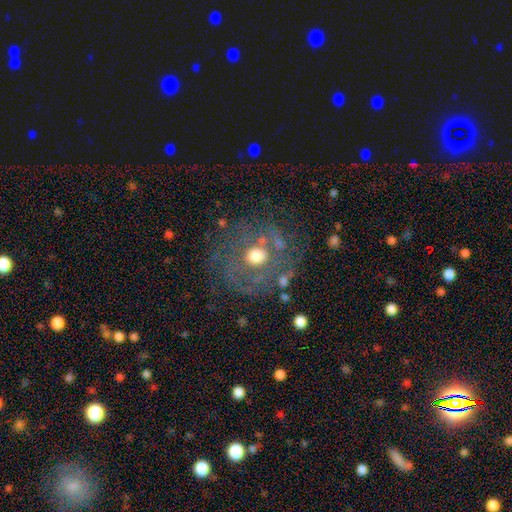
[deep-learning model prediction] This is possibly a featured or disk galaxy (47%). Merging: likely none (66%).